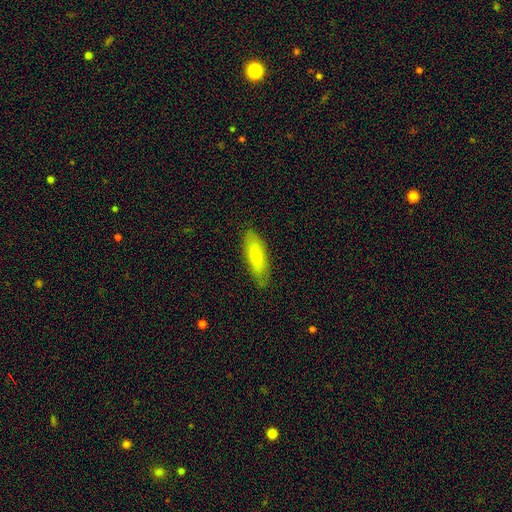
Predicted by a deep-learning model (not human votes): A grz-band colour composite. It shows a smooth galaxy with no disk features (76%) that is cigar-shaped (51%). Merging: none (80%).